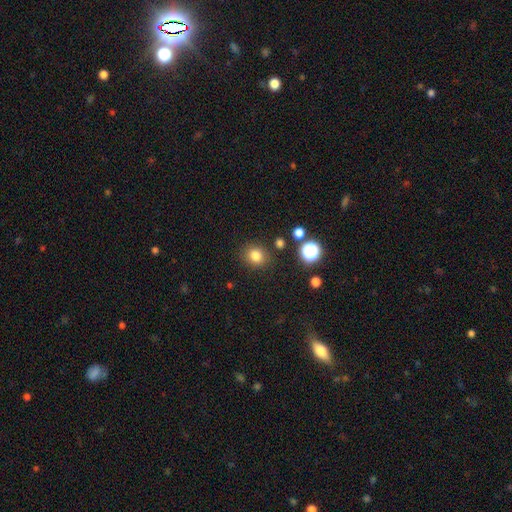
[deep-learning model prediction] A smooth galaxy with no disk features (81%) that is round (71%).

Vote fractions:
- Smooth or featured? smooth: 81% / star or artifact: 13% / featured or disk: 6%
- How rounded? round: 71% / in between: 28% / cigar-shaped: 1%
- Merging? none: 83% / minor disturbance: 10% / major disturbance: 3% / merger: 3%